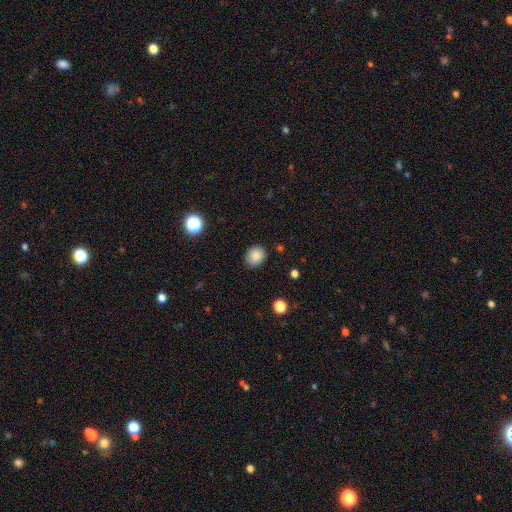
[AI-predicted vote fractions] Q: Smooth or featured?
A: smooth (85%); runner-up: star or artifact (10%)
Q: How rounded?
A: round (67%); runner-up: in between (32%)
Q: Merging?
A: none (82%); runner-up: minor disturbance (13%)